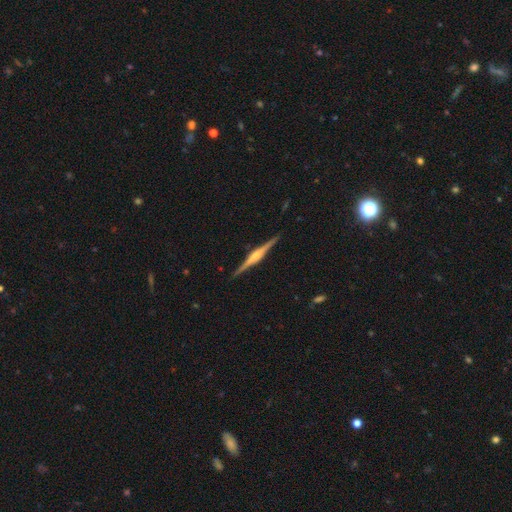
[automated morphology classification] featured or disk 85%, smooth 10%, star or artifact 5%. Down the decision tree: edge-on disk — yes (99%); edge-on bulge — rounded (80%); merging — none (91%).